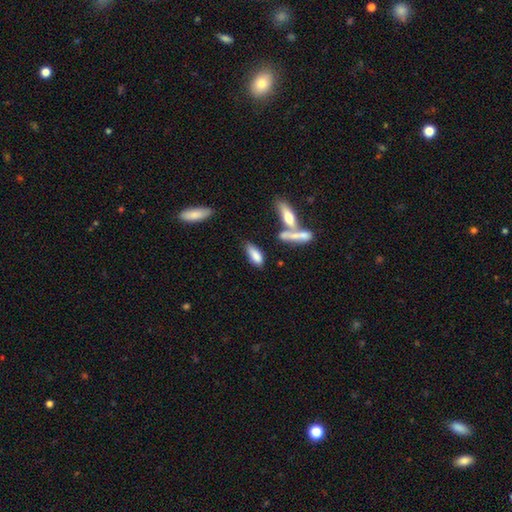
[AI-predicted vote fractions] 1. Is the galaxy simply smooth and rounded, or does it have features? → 81% smooth, 12% featured or disk, 7% star or artifact.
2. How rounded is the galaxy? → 73% in between, 25% cigar-shaped, 2% round.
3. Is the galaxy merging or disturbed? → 53% none, 20% merger, 19% minor disturbance, 7% major disturbance.